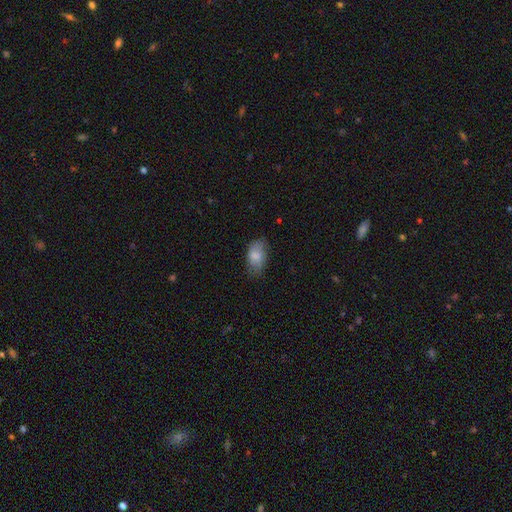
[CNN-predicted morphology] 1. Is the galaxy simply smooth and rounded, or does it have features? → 80% smooth, 13% featured or disk, 7% star or artifact.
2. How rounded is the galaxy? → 93% in between, 5% round, 2% cigar-shaped.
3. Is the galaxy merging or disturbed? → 68% none, 25% minor disturbance, 6% major disturbance, 1% merger.